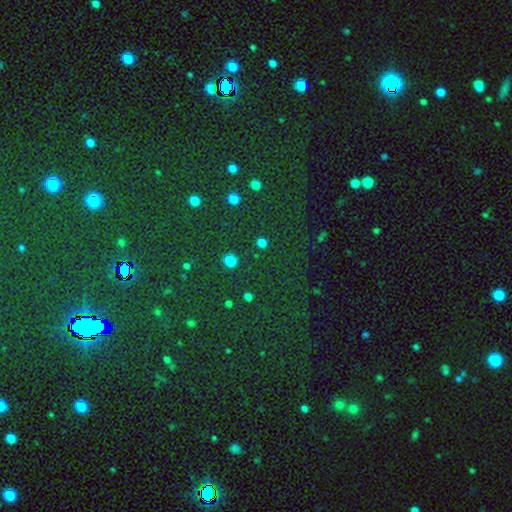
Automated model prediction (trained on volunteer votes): This is likely a star or artifact rather than a galaxy (77%).